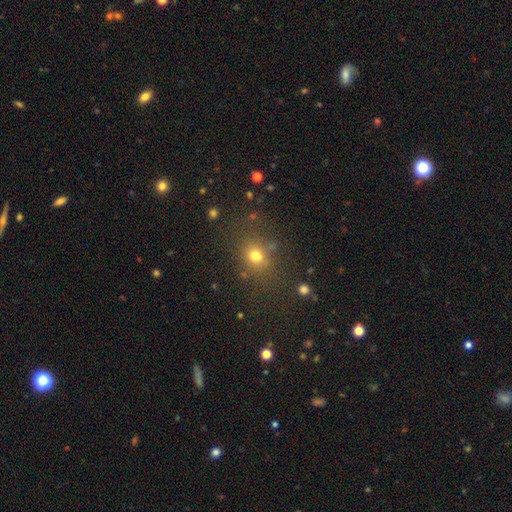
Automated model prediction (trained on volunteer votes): Smooth or featured? Predicted: smooth (p=0.71). How rounded? Predicted: round (p=0.59). Merging? Predicted: none (p=0.71).